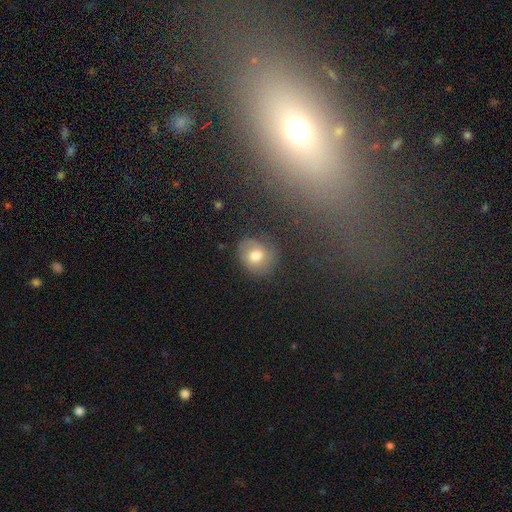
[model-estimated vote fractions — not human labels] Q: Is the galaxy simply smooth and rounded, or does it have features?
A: smooth — 67%.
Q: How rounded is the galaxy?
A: round — 66%.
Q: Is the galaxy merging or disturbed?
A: none — 70%.